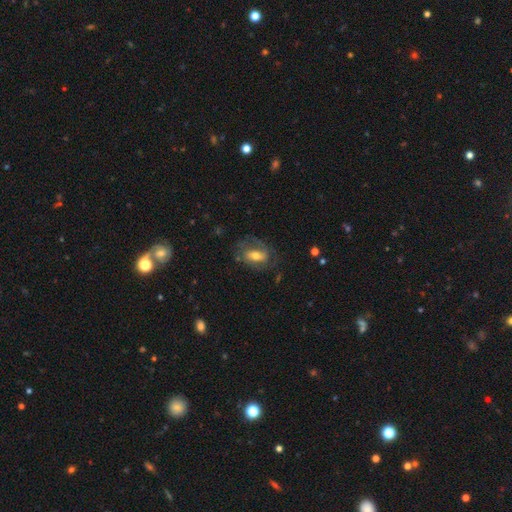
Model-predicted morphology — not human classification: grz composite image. It shows a featured or disk galaxy (62%) with a weak bar (40%), spiral arms (78%) and a moderate central bulge (60%). Merging: none (58%).